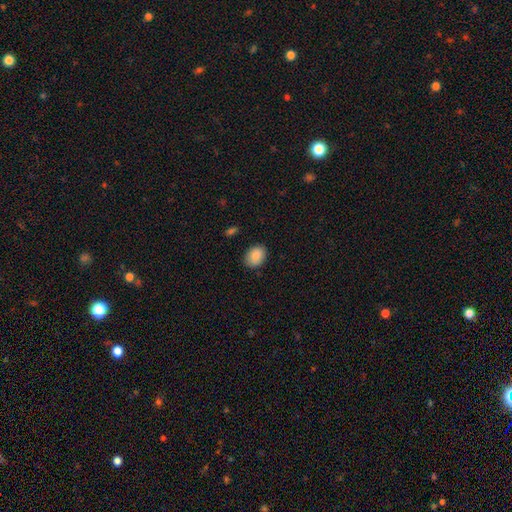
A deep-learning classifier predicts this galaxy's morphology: Smooth or featured: smooth — 88% (star or artifact — 7%)
How rounded: in between — 74% (round — 25%)
Merging: none — 85% (minor disturbance — 12%)